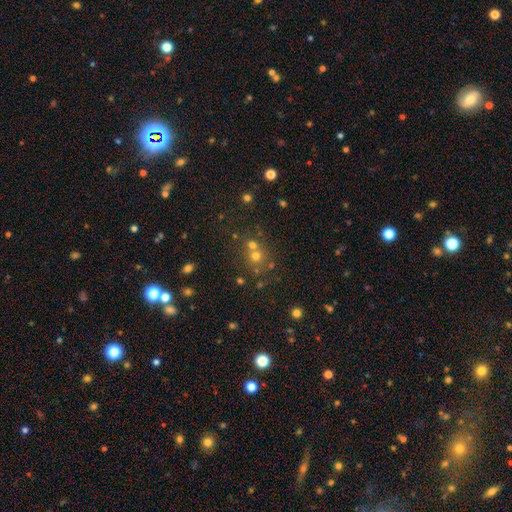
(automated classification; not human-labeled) Q: Smooth or featured?
A: smooth (62%); runner-up: star or artifact (23%)
Q: How rounded?
A: round (84%); runner-up: in between (15%)
Q: Merging?
A: none (51%); runner-up: merger (38%)